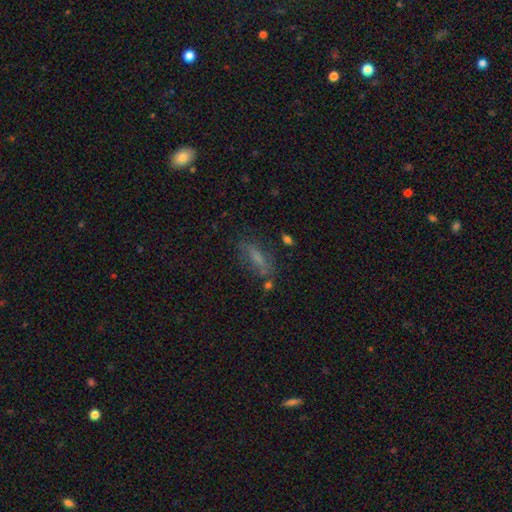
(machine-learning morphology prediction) smooth 45%, featured or disk 29%, star or artifact 26%. Down the decision tree: merging — none (70%).